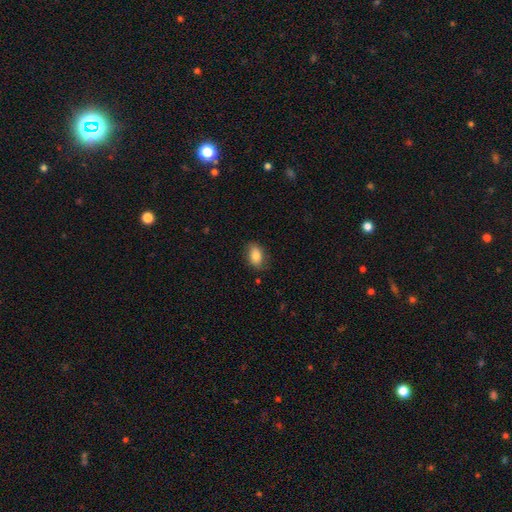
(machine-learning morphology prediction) type=smooth (82%); roundness=in between (87%); merging=none (77%).